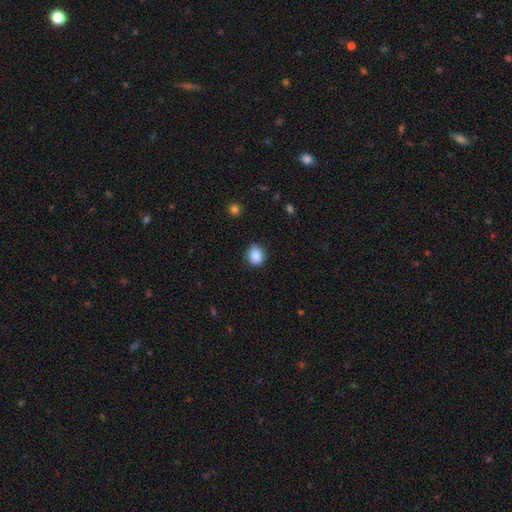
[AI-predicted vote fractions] smooth 88%, star or artifact 9%, featured or disk 3%. Down the decision tree: how rounded — round (63%); merging — none (82%).